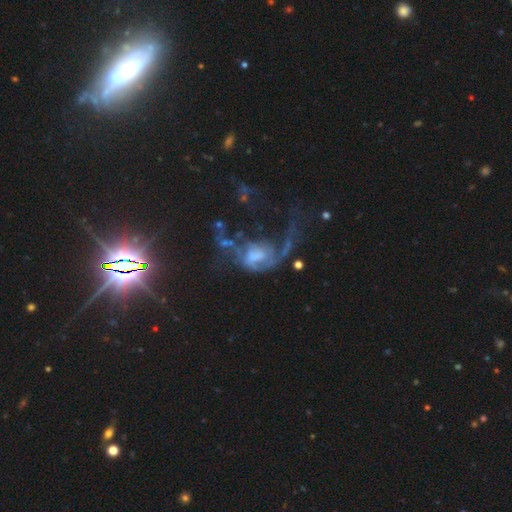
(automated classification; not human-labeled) featured or disk 70%, smooth 18%, star or artifact 12%. Down the decision tree: edge-on disk — no (97%); bar — no (57%); spiral arms — yes (72%); bulge size — moderate (34%); merging — major disturbance (53%).